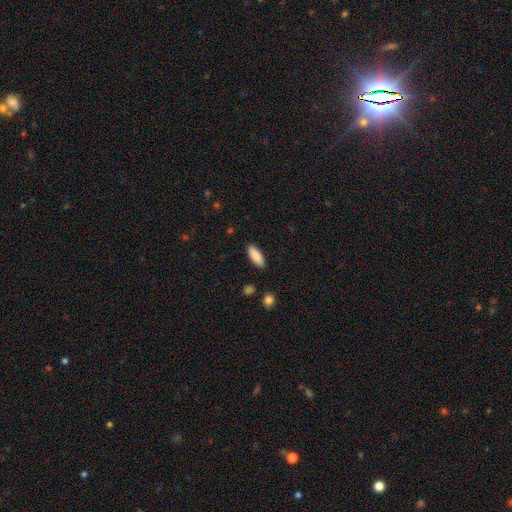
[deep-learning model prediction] Smooth or featured? Predicted: smooth (p=0.88). How rounded? Predicted: in between (p=0.76). Merging? Predicted: none (p=0.86).